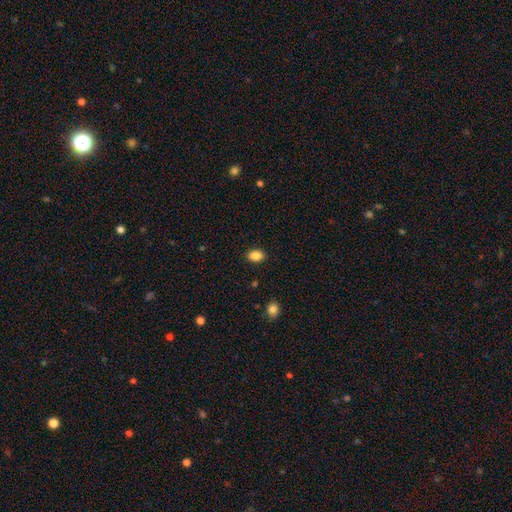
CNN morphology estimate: This is clearly a smooth galaxy (87%). How rounded: likely in between (77%). Merging: clearly none (89%).